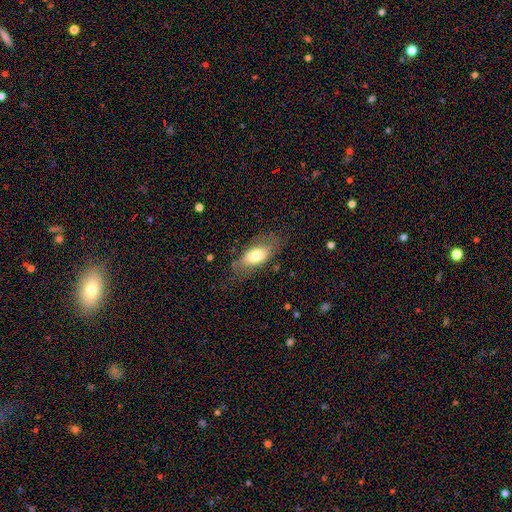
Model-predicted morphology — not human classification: Q: Smooth or featured?
A: smooth (68%); runner-up: featured or disk (25%)
Q: How rounded?
A: in between (85%); runner-up: cigar-shaped (12%)
Q: Merging?
A: none (69%); runner-up: minor disturbance (20%)